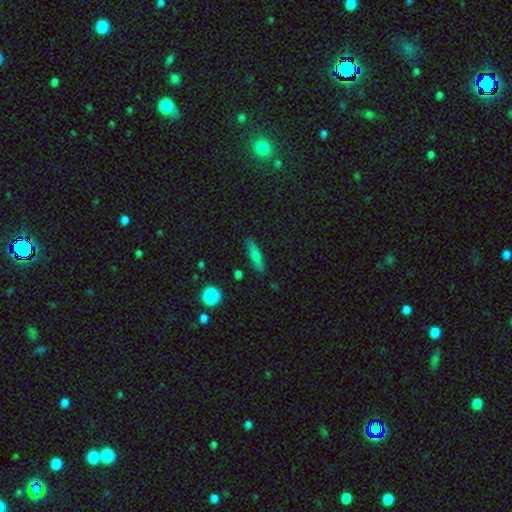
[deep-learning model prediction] A smooth galaxy with no disk features (73%) that is cigar-shaped (70%).

Vote fractions:
- Smooth or featured? smooth: 73% / featured or disk: 18% / star or artifact: 10%
- How rounded? cigar-shaped: 70% / in between: 27% / round: 3%
- Merging? none: 84% / minor disturbance: 11% / major disturbance: 3% / merger: 2%